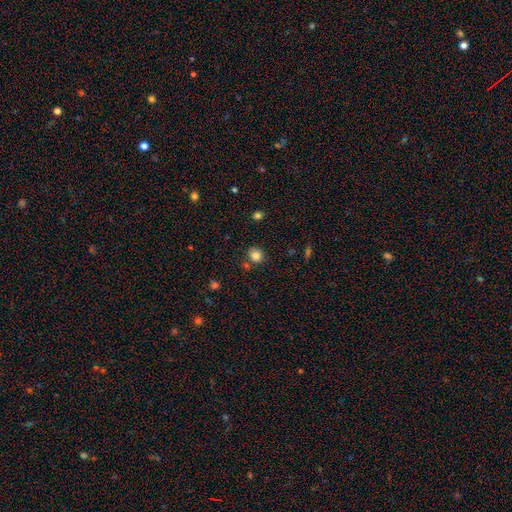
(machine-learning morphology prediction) This is clearly a smooth galaxy (83%). How rounded: likely round (79%). Merging: likely none (80%).